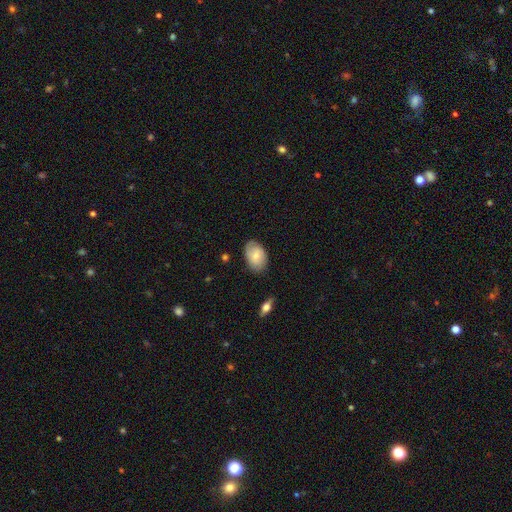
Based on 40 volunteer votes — smooth_or_featured: smooth (p=0.72) [alt: featured or disk p=0.23]
how_rounded: in between (p=0.93) [alt: round p=0.07]
merging: none (p=0.76) [alt: minor disturbance p=0.24]